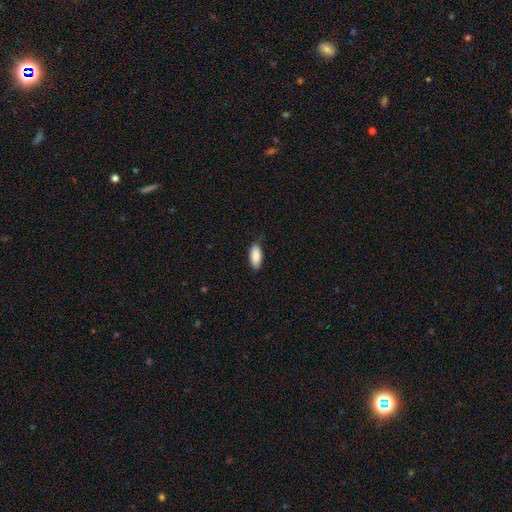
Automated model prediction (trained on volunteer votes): Smooth or featured?
  - smooth: 89% *
  - star or artifact: 6%
  - featured or disk: 5%
How rounded?
  - in between: 89% *
  - cigar-shaped: 9%
  - round: 2%
Merging?
  - none: 82% *
  - minor disturbance: 15%
  - major disturbance: 2%
  - merger: 1%